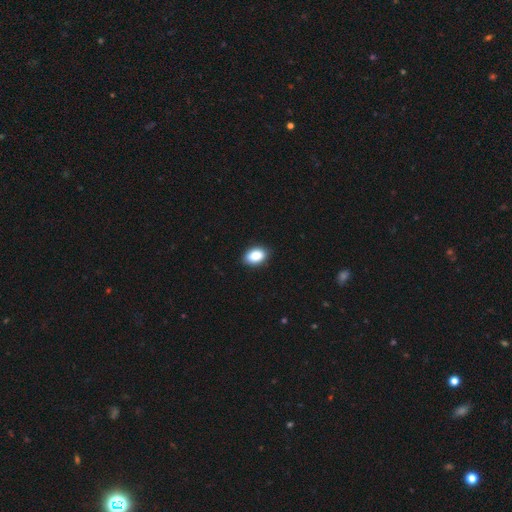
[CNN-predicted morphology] Smooth or featured? smooth (88%)
How rounded? in between (87%)
Merging? none (89%)